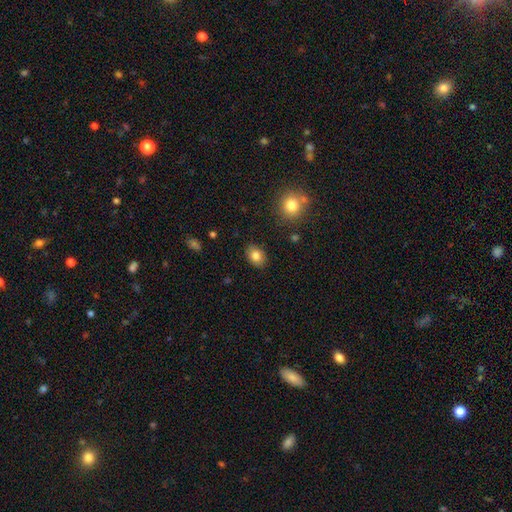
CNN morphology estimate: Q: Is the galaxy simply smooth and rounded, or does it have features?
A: smooth — 81%.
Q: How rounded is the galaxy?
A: in between — 74%.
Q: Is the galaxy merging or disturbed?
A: none — 87%.